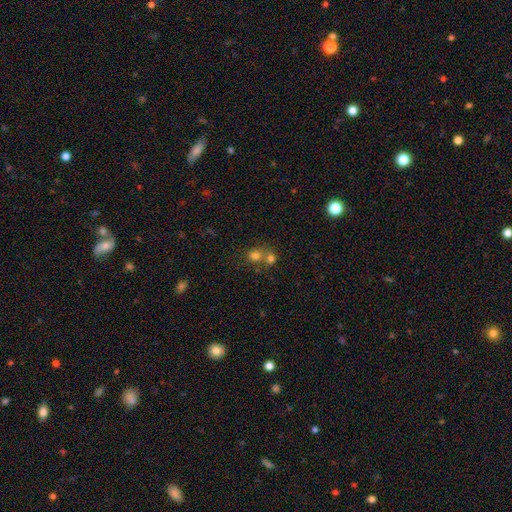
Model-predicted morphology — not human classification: Smooth or featured: smooth — 73% (star or artifact — 16%)
How rounded: round — 79% (in between — 20%)
Merging: merger — 51% (none — 40%)